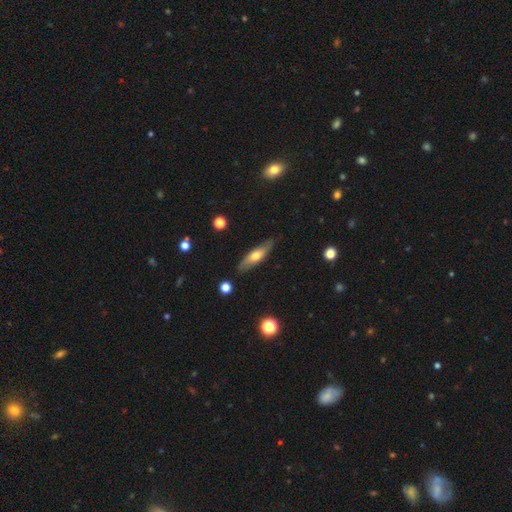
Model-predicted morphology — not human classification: smooth-or-featured: smooth: 50% | featured or disk: 44% | star or artifact: 6%
  merging: none: 84% | minor disturbance: 12% | major disturbance: 2% | merger: 1%